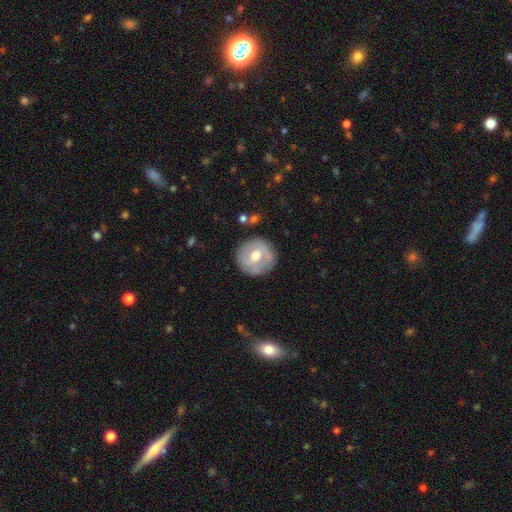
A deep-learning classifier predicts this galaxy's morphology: Smooth or featured: smooth — 48% (featured or disk — 46%)
Merging: none — 85% (minor disturbance — 10%)